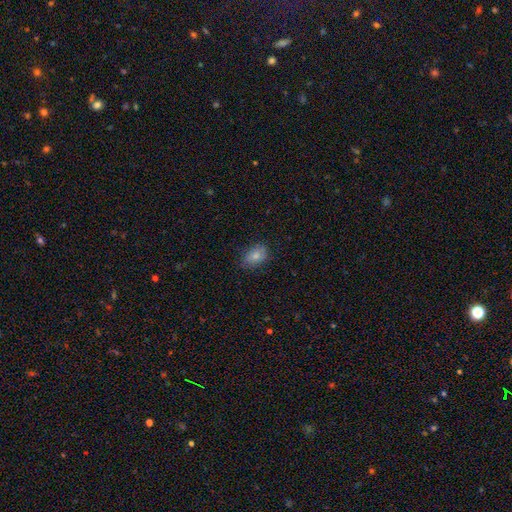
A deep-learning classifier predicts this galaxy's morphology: This is likely a smooth galaxy (78%). How rounded: clearly in between (82%). Merging: likely none (76%).